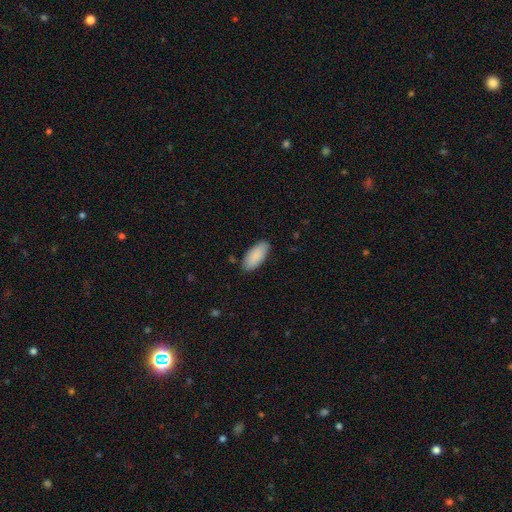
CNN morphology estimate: Q: Smooth or featured?
A: smooth (89%); runner-up: star or artifact (6%)
Q: How rounded?
A: in between (90%); runner-up: cigar-shaped (8%)
Q: Merging?
A: none (84%); runner-up: minor disturbance (12%)